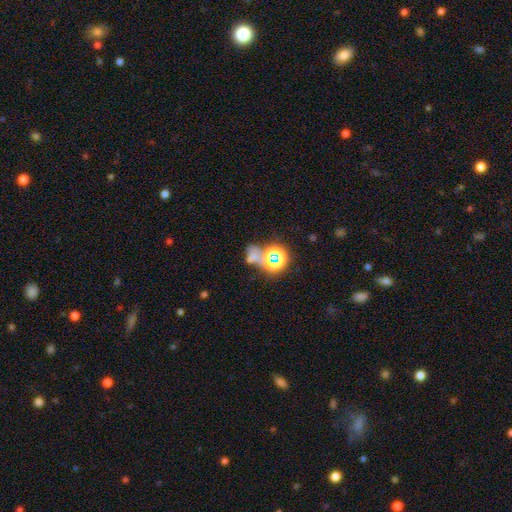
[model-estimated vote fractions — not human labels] The model was most divided on "smooth or featured": star or artifact: 44%, smooth: 41%, featured or disk: 15%.